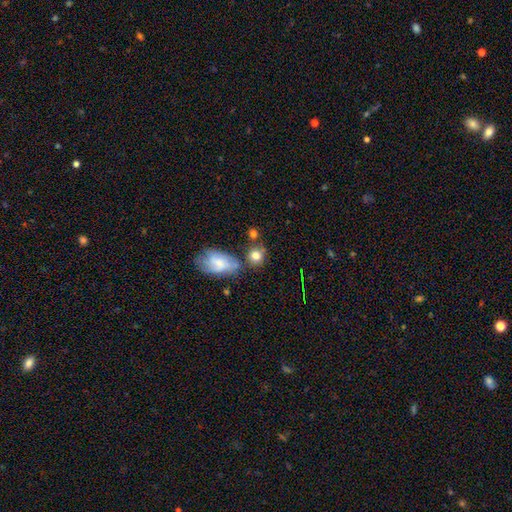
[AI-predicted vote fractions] The model was most divided on "merging": none: 59%, merger: 18%, minor disturbance: 17%, major disturbance: 7%. More confident: smooth or featured — smooth (79%); how rounded — round (71%).